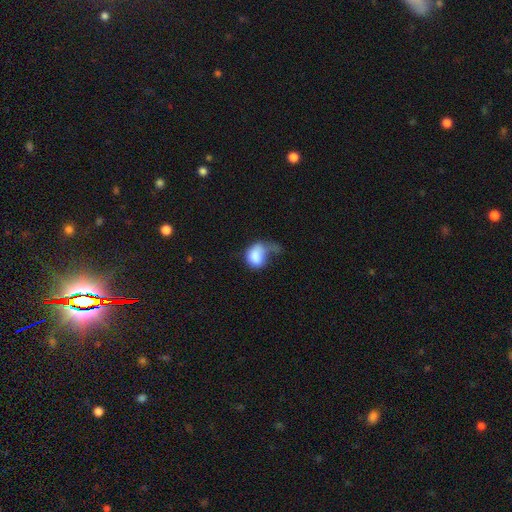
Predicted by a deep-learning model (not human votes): smooth 79%, featured or disk 13%, star or artifact 8%. Down the decision tree: how rounded — in between (63%); merging — major disturbance (47%).